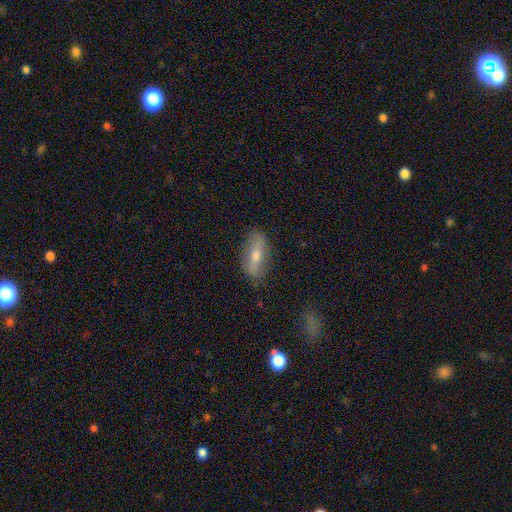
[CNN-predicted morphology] smooth_or_featured: featured or disk (p=0.46) [alt: smooth p=0.45]
merging: none (p=0.81) [alt: minor disturbance p=0.14]